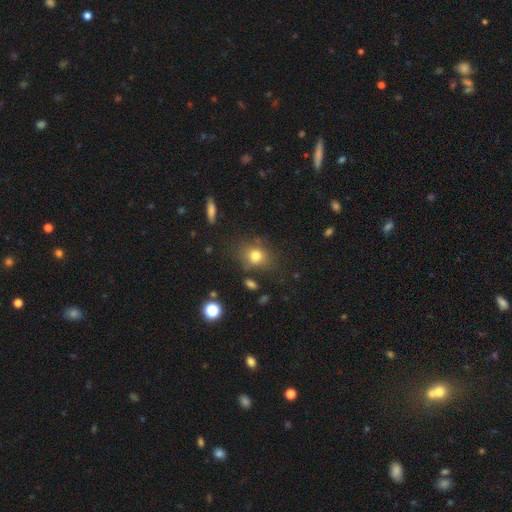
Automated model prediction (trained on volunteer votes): A smooth galaxy with no disk features (77%) that is round (64%). Merging: none (73%).